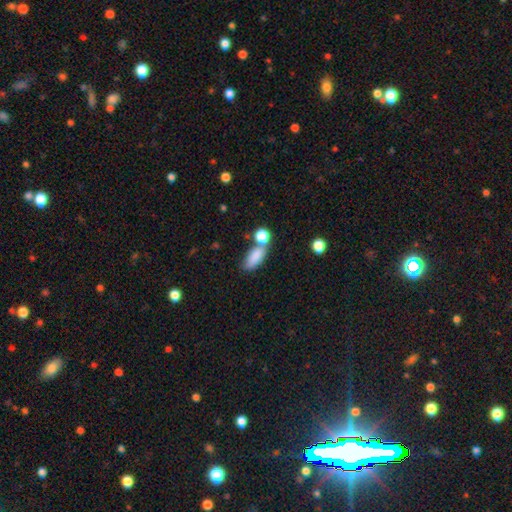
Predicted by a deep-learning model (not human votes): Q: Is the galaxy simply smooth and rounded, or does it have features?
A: smooth — 83%.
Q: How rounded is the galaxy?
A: in between — 81%.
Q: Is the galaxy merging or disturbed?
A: none — 48%.